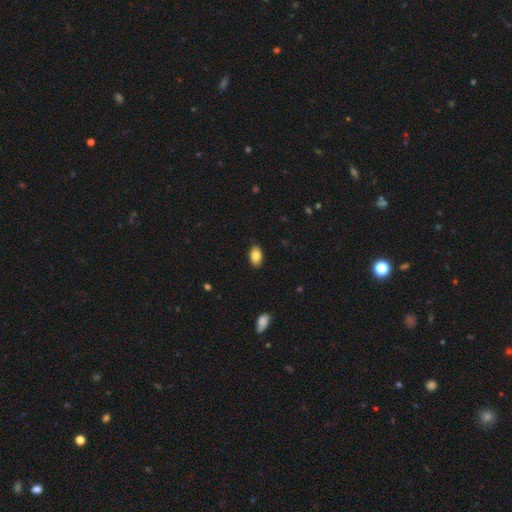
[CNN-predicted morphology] The model was most divided on "smooth or featured": smooth: 85%, featured or disk: 8%, star or artifact: 8%. More confident: how rounded — in between (91%); merging — none (87%).